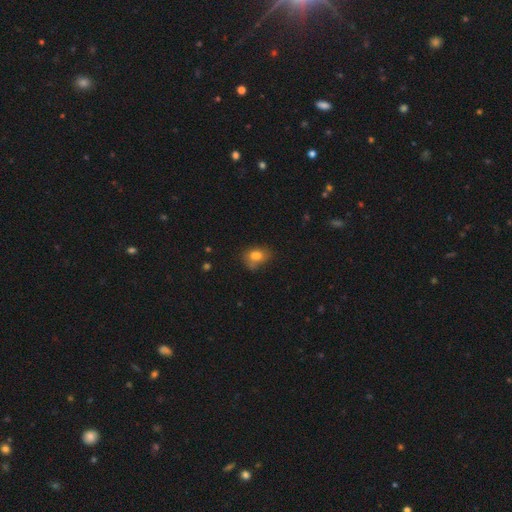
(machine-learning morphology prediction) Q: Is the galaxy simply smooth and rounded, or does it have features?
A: smooth — 75%.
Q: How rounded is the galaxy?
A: in between — 71%.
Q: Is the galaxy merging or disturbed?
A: none — 43%.